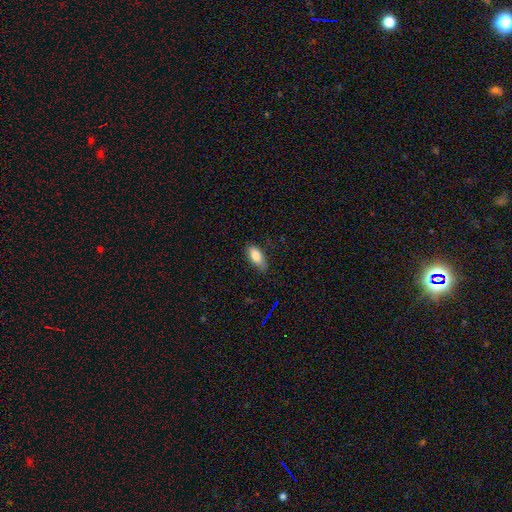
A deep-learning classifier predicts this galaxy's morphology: smooth 83%, featured or disk 10%, star or artifact 7%. Down the decision tree: how rounded — in between (83%); merging — none (73%).